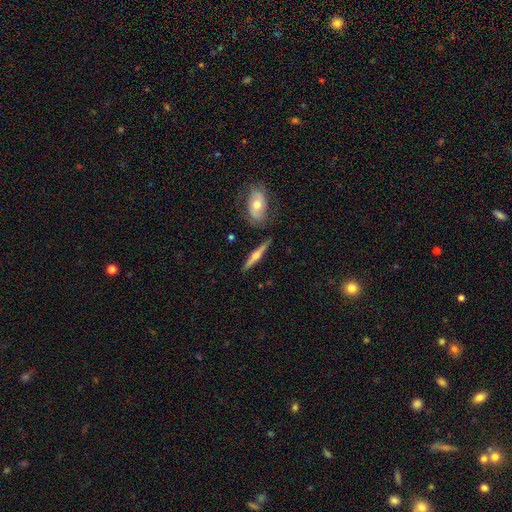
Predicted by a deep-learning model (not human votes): Smooth or featured? featured or disk (62%)
Edge-on disk? yes (96%)
Edge-on bulge? rounded (86%)
Merging? none (84%)